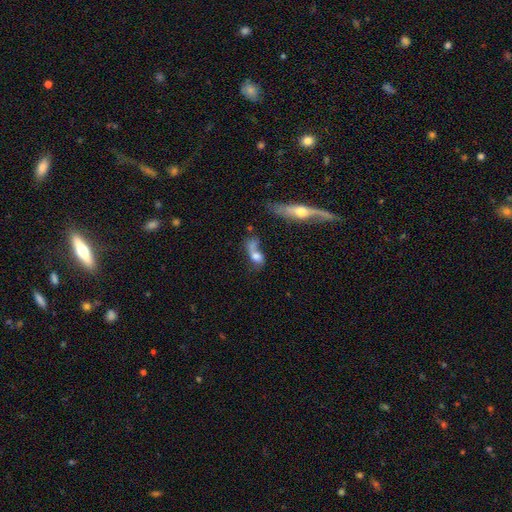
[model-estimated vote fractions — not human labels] smooth_or_featured: smooth (p=0.57) [alt: featured or disk p=0.31]
how_rounded: in between (p=0.66) [alt: round p=0.20]
merging: merger (p=0.42) [alt: none p=0.22]